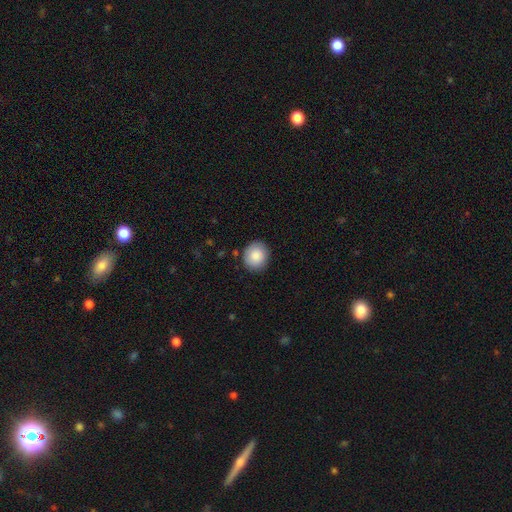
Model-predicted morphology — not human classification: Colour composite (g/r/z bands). It shows a smooth galaxy with no disk features (86%) that is round (82%). Merging: none (86%).